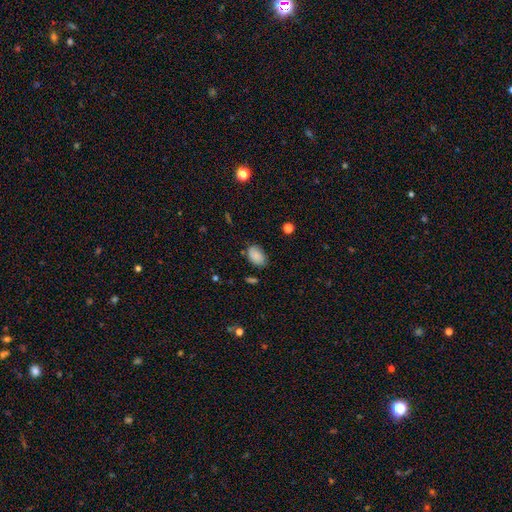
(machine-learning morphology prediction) smooth 85%, star or artifact 8%, featured or disk 6%. Down the decision tree: how rounded — in between (88%); merging — none (73%).